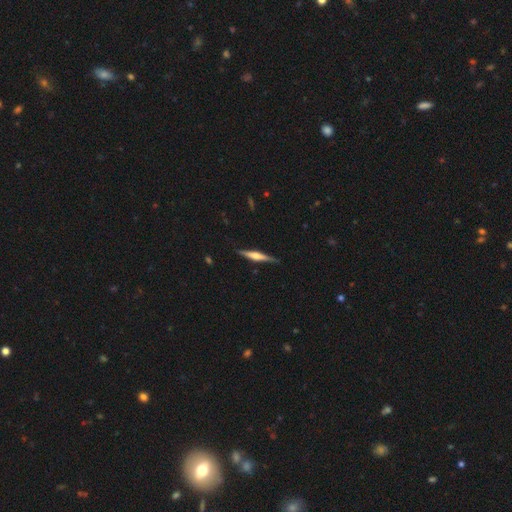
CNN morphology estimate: Overall: featured or disk (66%; smooth 28%). Edge-on disk: yes (97%). Edge-on bulge: rounded (68%). Merging: none (87%).